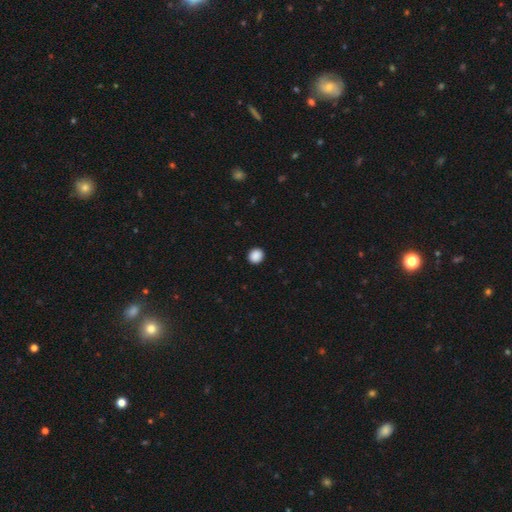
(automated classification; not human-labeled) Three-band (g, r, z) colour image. It shows a smooth galaxy with no disk features (89%) that is round (87%). Merging: none (93%).